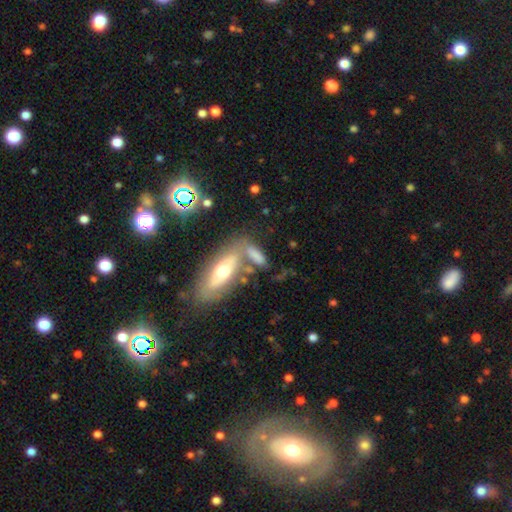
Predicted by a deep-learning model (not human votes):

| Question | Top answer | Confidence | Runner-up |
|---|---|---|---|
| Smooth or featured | smooth | 61% | featured or disk (30%) |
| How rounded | in between | 54% | cigar-shaped (41%) |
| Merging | none | 46% | merger (32%) |